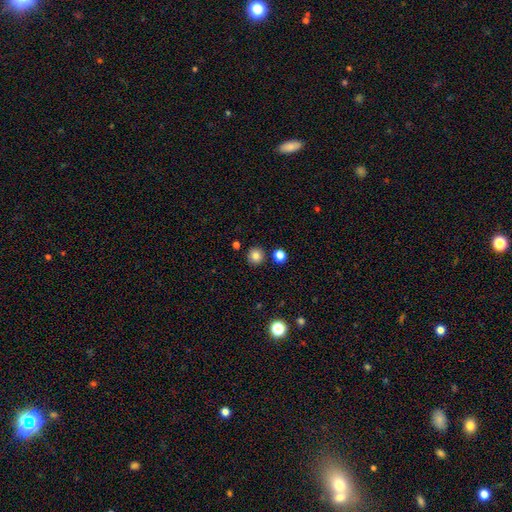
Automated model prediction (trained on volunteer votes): Morphology: type=smooth (82%); roundness=round (93%); merging=none (87%).